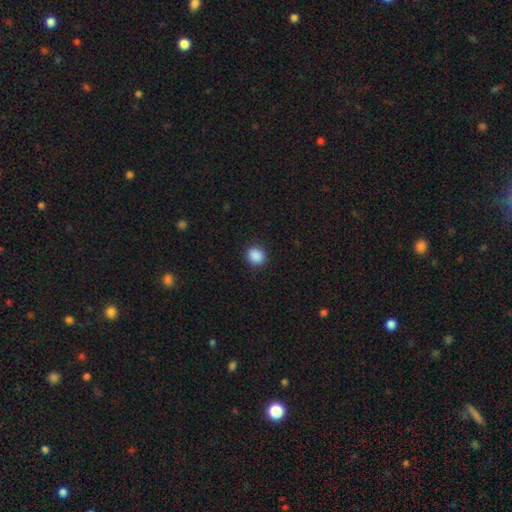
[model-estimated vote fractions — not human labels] Morphology: type=smooth (89%); roundness=round (78%); merging=none (90%).